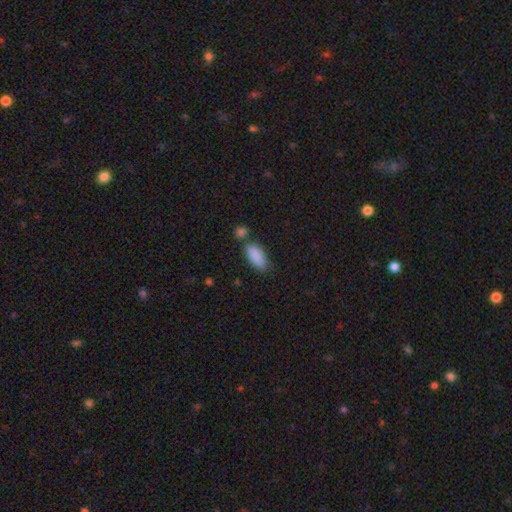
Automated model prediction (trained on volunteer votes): Q: Smooth or featured?
A: smooth (88%); runner-up: star or artifact (7%)
Q: How rounded?
A: in between (84%); runner-up: cigar-shaped (13%)
Q: Merging?
A: none (64%); runner-up: minor disturbance (17%)